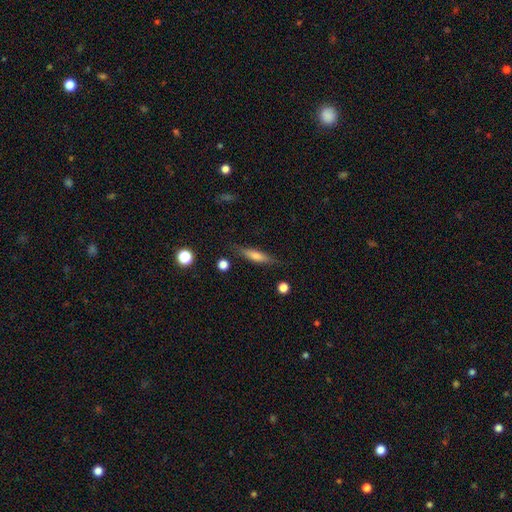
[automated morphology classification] type=smooth (59%); roundness=cigar-shaped (77%); merging=none (82%).